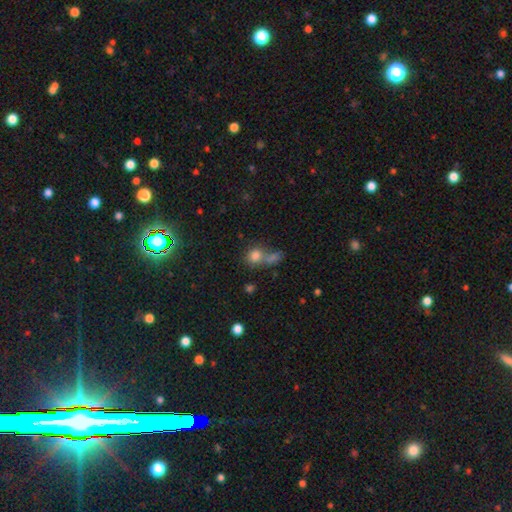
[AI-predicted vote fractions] This appears to be a smooth galaxy with no disk features (78%) that is round (68%). Merging: merger (46%).